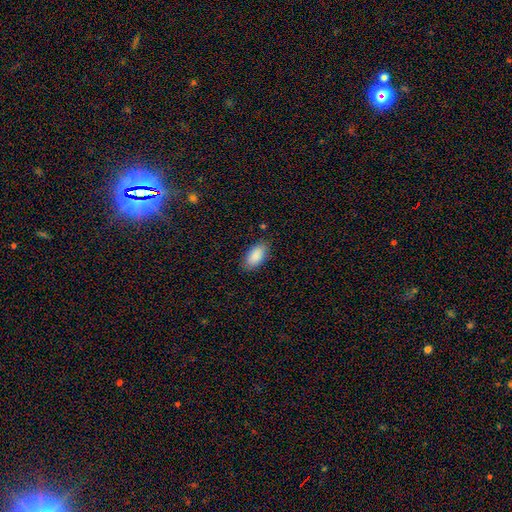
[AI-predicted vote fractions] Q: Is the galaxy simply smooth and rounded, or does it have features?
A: smooth — 89%.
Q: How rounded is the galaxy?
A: in between — 94%.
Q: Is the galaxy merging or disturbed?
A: none — 84%.